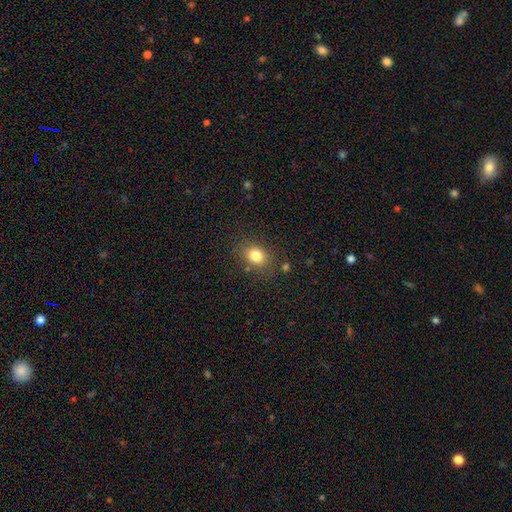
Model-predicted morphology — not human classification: type=smooth (81%); roundness=in between (55%); merging=none (81%).